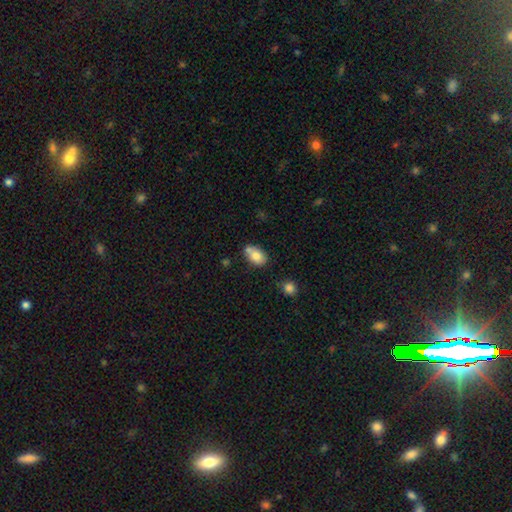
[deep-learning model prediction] Smooth or featured? Predicted: smooth (p=0.79). How rounded? Predicted: in between (p=0.80). Merging? Predicted: none (p=0.53).